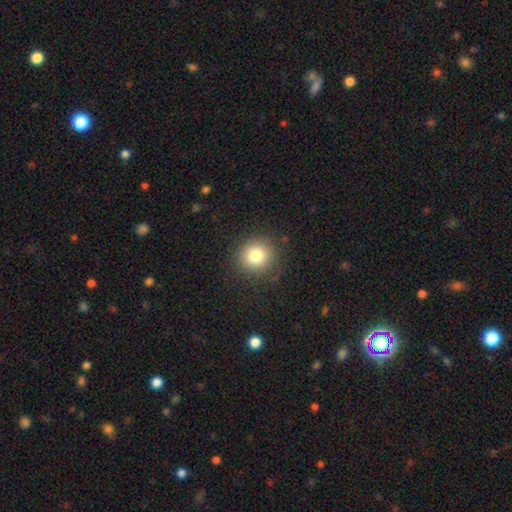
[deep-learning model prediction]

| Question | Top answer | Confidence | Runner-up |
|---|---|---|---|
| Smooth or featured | smooth | 80% | star or artifact (12%) |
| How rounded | round | 90% | in between (9%) |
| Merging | none | 87% | minor disturbance (8%) |